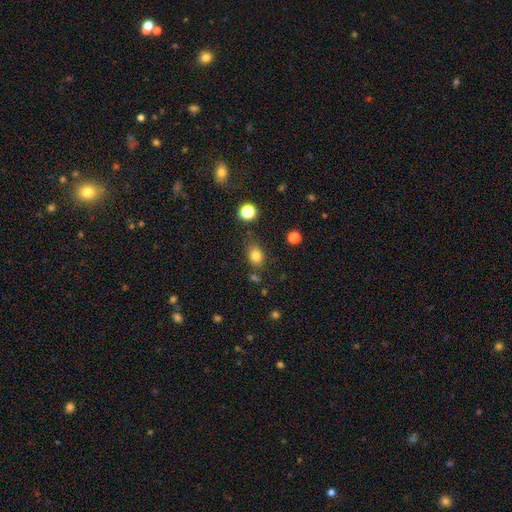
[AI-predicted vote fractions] A smooth galaxy with no disk features (81%) that is in between round and cigar-shaped (56%). Merging: none (74%).